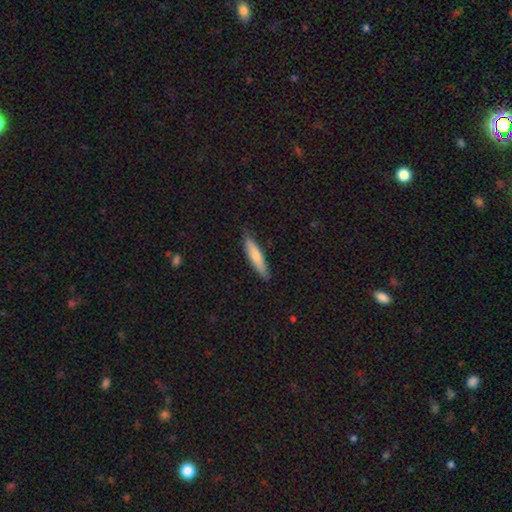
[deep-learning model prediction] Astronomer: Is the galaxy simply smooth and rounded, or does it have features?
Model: smooth — 72%.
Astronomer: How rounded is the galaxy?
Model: cigar-shaped — 80%.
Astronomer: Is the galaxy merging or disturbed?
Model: none — 85%.